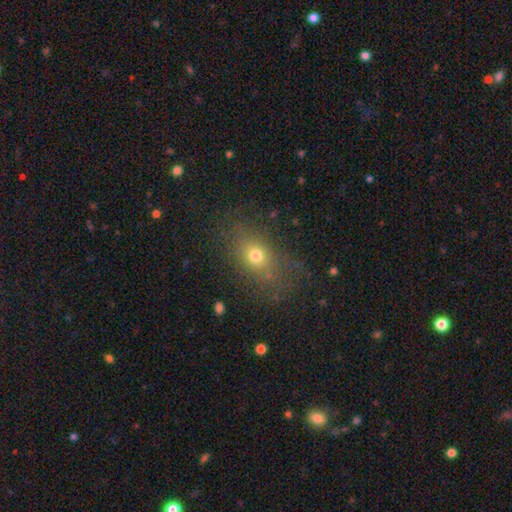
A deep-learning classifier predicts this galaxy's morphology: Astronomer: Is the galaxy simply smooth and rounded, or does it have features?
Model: smooth — 69%.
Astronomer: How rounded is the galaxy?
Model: in between — 64%.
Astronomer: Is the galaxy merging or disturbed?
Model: none — 76%.